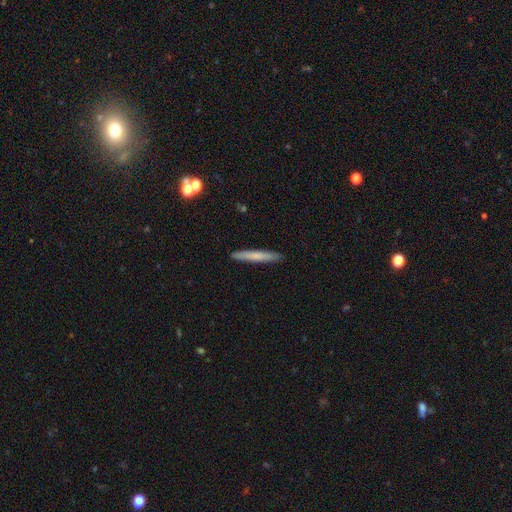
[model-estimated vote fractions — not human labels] Q: Smooth or featured?
A: smooth (66%); runner-up: featured or disk (27%)
Q: How rounded?
A: cigar-shaped (96%); runner-up: in between (3%)
Q: Merging?
A: none (91%); runner-up: minor disturbance (7%)